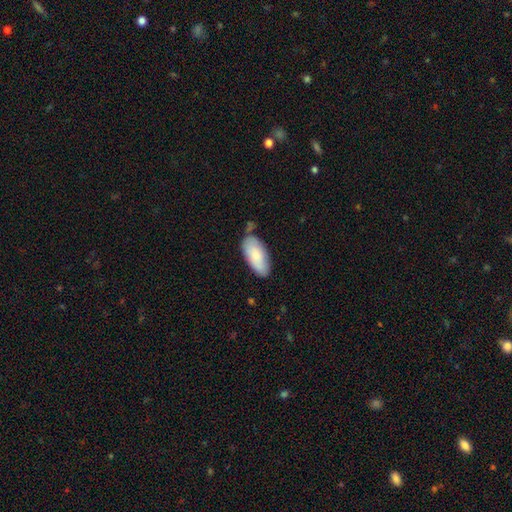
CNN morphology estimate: type=smooth (82%); roundness=in between (91%); merging=none (67%).